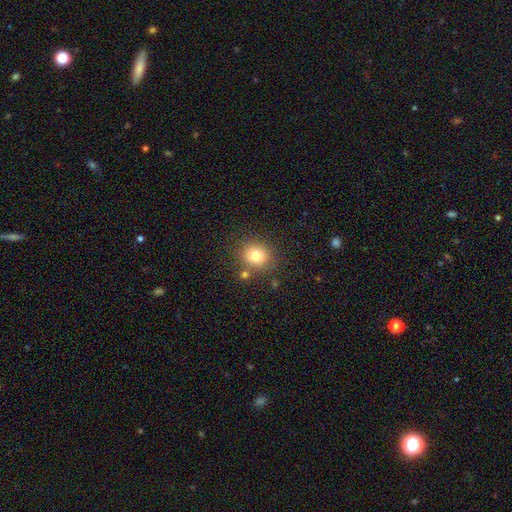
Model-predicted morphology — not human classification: The model was most divided on "how rounded": round: 77%, in between: 22%, cigar-shaped: 1%. More confident: smooth or featured — smooth (79%); merging — none (78%).